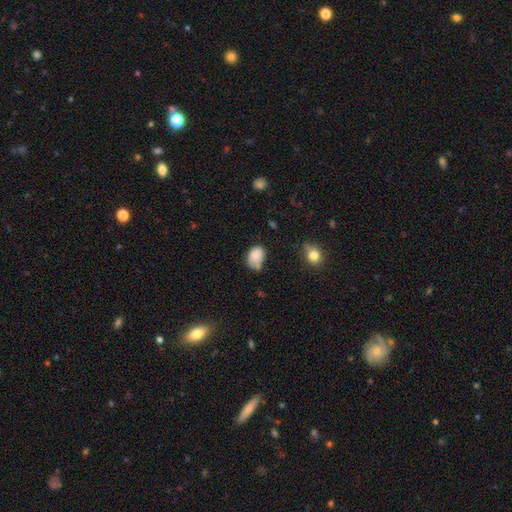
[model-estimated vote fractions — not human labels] Smooth or featured? smooth (80%)
How rounded? in between (76%)
Merging? none (39%, tied with minor disturbance)